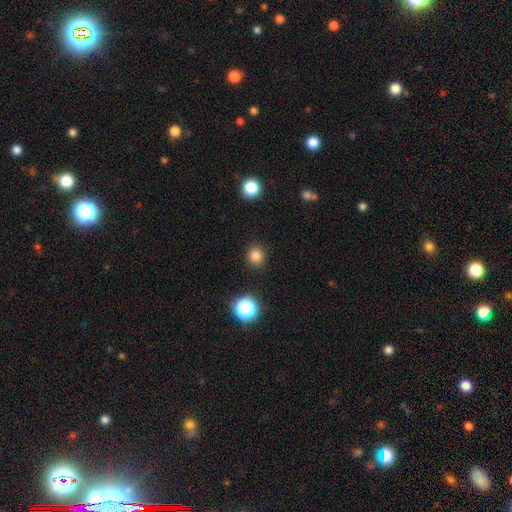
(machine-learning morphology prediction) smooth-or-featured: smooth: 82% | star or artifact: 14% | featured or disk: 4%
  how-rounded: round: 88% | in between: 12% | cigar-shaped: 1%
  merging: none: 90% | minor disturbance: 6% | major disturbance: 2% | merger: 1%